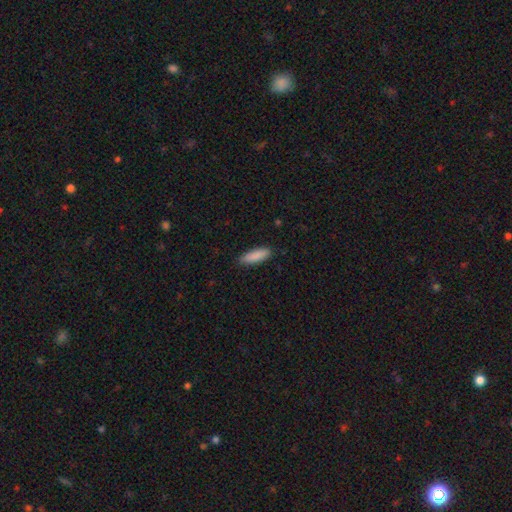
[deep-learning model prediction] Smooth or featured?
  - smooth: 89% *
  - star or artifact: 6%
  - featured or disk: 5%
How rounded?
  - cigar-shaped: 54% *
  - in between: 45%
  - round: 1%
Merging?
  - none: 88% *
  - minor disturbance: 9%
  - major disturbance: 2%
  - merger: 1%